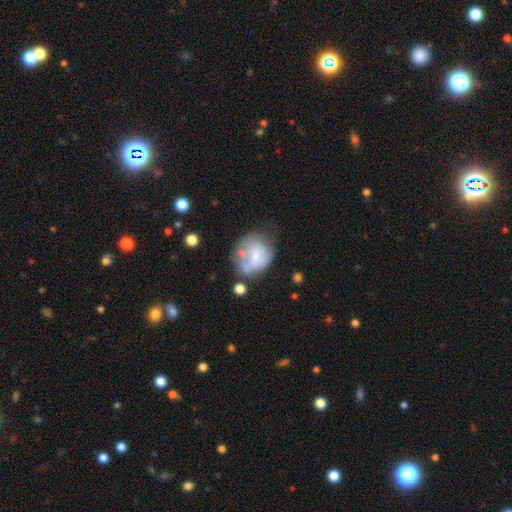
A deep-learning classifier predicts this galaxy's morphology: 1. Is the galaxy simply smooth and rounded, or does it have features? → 53% smooth, 38% featured or disk, 9% star or artifact.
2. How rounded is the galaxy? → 72% round, 27% in between, 1% cigar-shaped.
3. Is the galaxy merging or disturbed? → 38% none, 28% minor disturbance, 19% major disturbance, 15% merger.